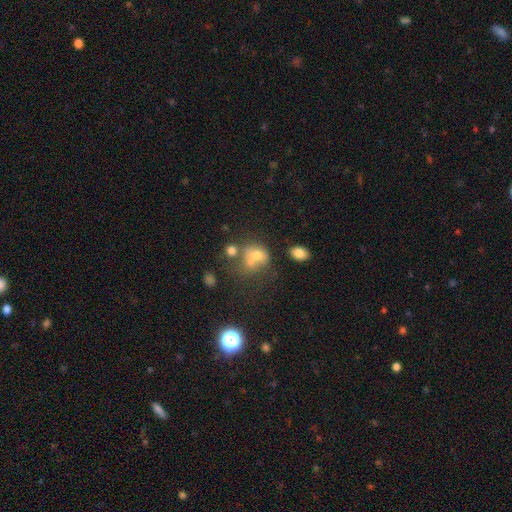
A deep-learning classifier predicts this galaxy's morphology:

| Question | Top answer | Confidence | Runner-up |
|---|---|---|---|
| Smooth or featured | smooth | 59% | featured or disk (21%) |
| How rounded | round | 57% | in between (42%) |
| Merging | merger | 42% | none (33%) |